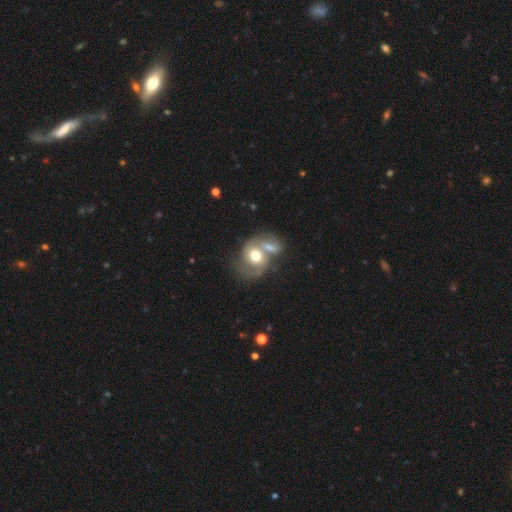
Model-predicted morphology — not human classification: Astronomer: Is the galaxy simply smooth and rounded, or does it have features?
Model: featured or disk — 47% (runner-up: smooth, 45%).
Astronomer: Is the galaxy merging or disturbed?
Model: merger — 60%.